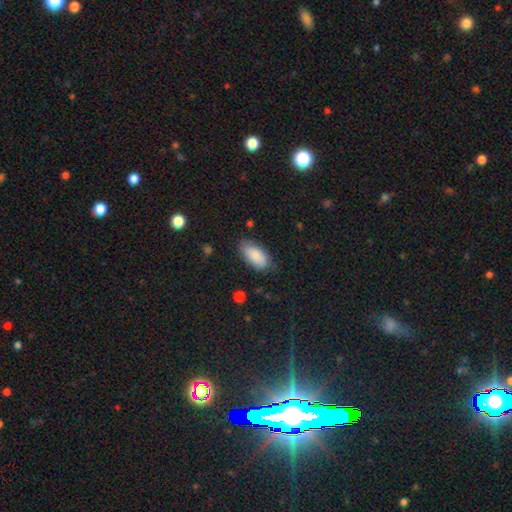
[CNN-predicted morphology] A smooth galaxy with no disk features (84%) that is in between round and cigar-shaped (92%). Merging: none (74%).